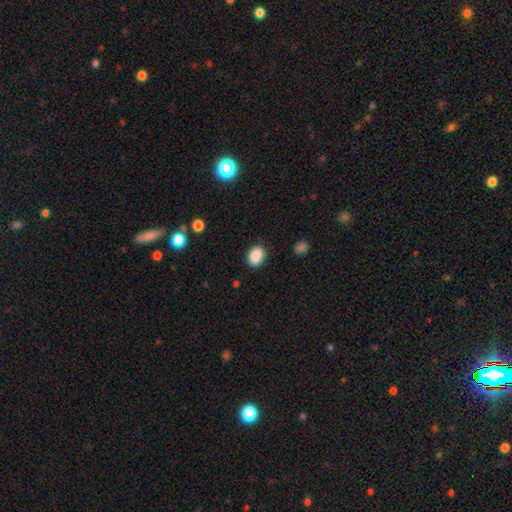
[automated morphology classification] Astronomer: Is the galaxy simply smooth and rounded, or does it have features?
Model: smooth — 89%.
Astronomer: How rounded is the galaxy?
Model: in between — 59% (runner-up: round, 41%).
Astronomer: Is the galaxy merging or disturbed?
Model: none — 85%.